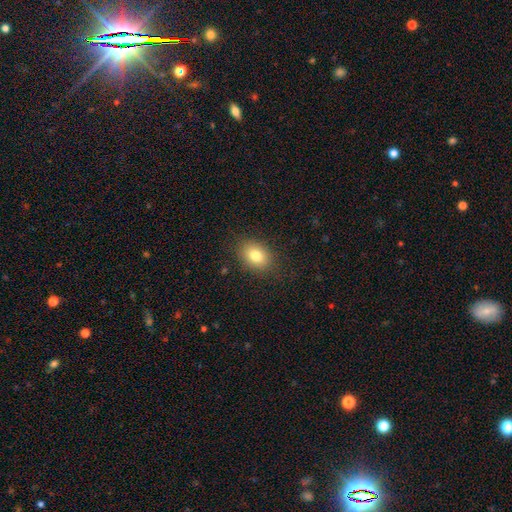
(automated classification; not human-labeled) This appears to be a smooth galaxy with no disk features (80%) that is in between round and cigar-shaped (66%). Merging: none (86%).